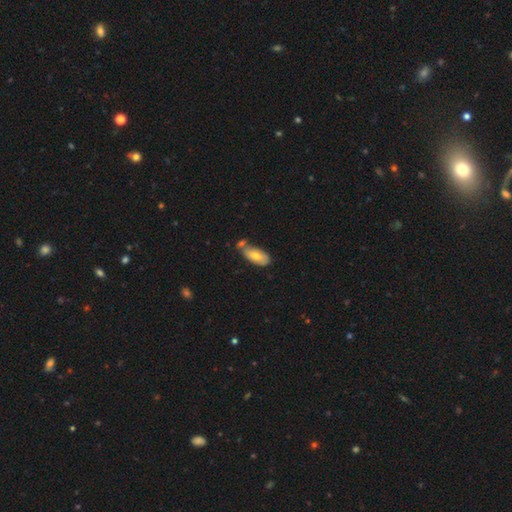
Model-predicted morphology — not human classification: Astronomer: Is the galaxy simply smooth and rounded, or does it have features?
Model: smooth — 69%.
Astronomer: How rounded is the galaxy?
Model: in between — 86%.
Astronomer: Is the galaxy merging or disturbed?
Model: none — 51%.